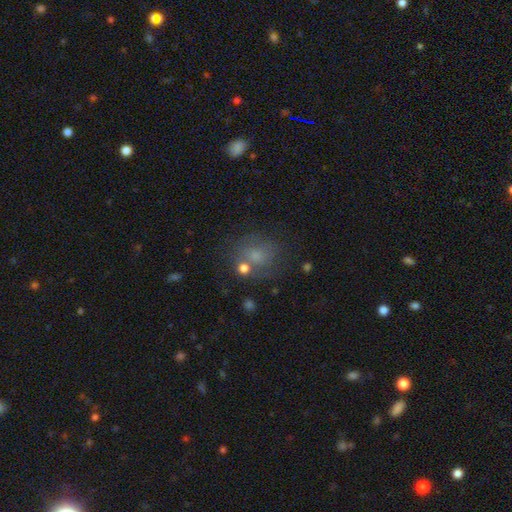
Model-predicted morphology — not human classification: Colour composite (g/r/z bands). It shows a smooth galaxy with no disk features (60%) that is round (74%). Merging: none (64%).